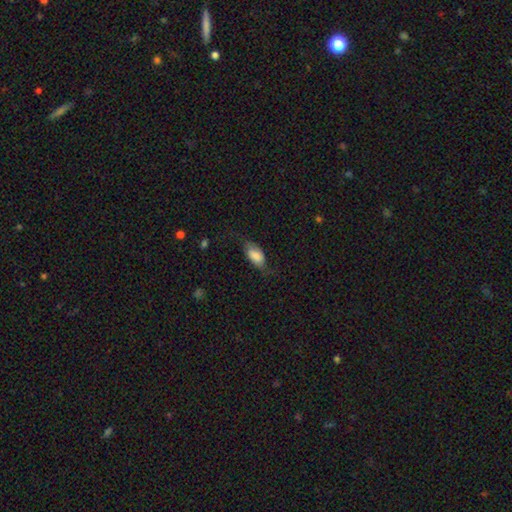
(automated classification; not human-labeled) smooth_or_featured: smooth (p=0.66) [alt: featured or disk p=0.27]
how_rounded: in between (p=0.90) [alt: cigar-shaped p=0.06]
merging: none (p=0.56) [alt: minor disturbance p=0.25]